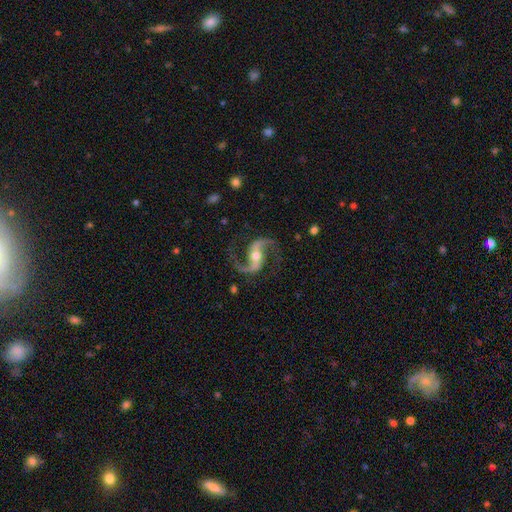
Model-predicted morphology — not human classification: type=featured or disk (93%); edge-on=no (98%); bar=strong (44%); spiral arms=yes (98%); winding=loose (53%); arm count=2 (95%); bulge=moderate (62%); merging=none (83%).